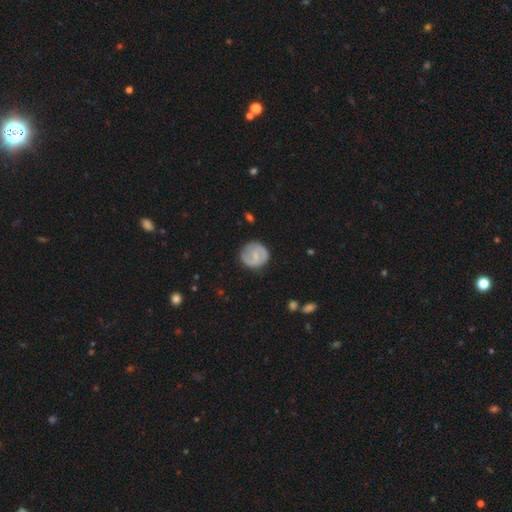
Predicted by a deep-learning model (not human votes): The model was most divided on "spiral winding": medium: 45%, tight: 35%, loose: 20%. More confident: edge-on disk — no (98%); spiral arms — yes (85%); spiral arm count — 2 (83%); merging — none (82%); smooth or featured — featured or disk (62%); bulge size — small (56%); bar — weak (53%).